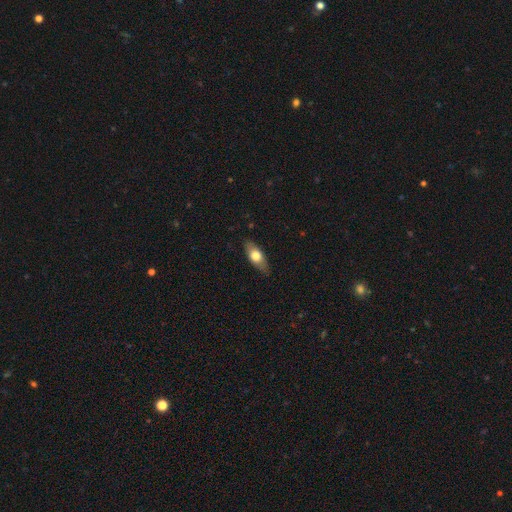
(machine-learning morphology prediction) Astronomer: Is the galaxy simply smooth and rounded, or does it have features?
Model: smooth — 66%.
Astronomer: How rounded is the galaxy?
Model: in between — 79%.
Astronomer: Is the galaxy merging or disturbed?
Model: none — 83%.